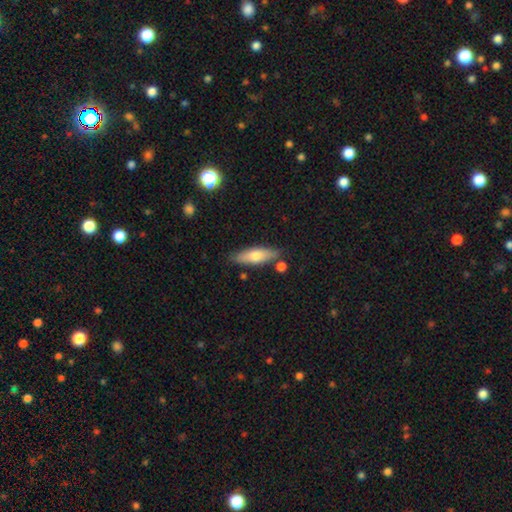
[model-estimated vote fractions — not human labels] This appears to be a smooth galaxy with no disk features (63%) that is cigar-shaped (50%). Merging: none (80%).